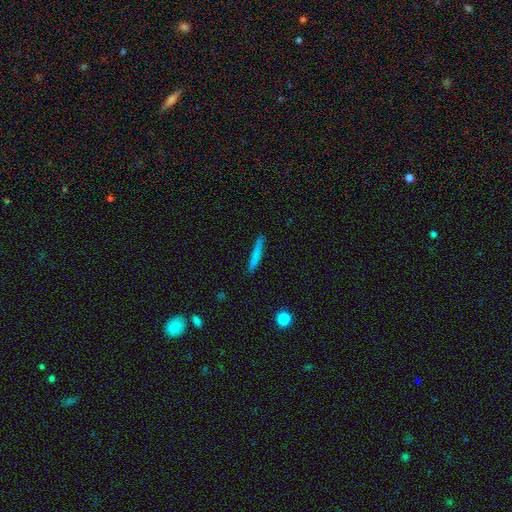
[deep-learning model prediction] A smooth galaxy with no disk features (73%) that is cigar-shaped (95%). Merging: none (87%).